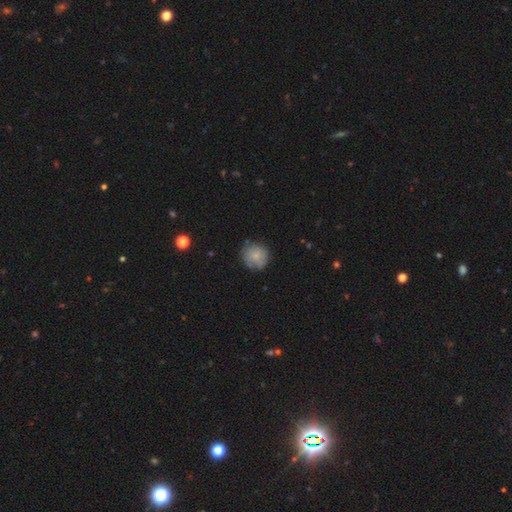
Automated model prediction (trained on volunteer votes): The model was most divided on "merging": none: 76%, minor disturbance: 18%, major disturbance: 4%, merger: 2%. More confident: how rounded — round (89%); smooth or featured — smooth (76%).